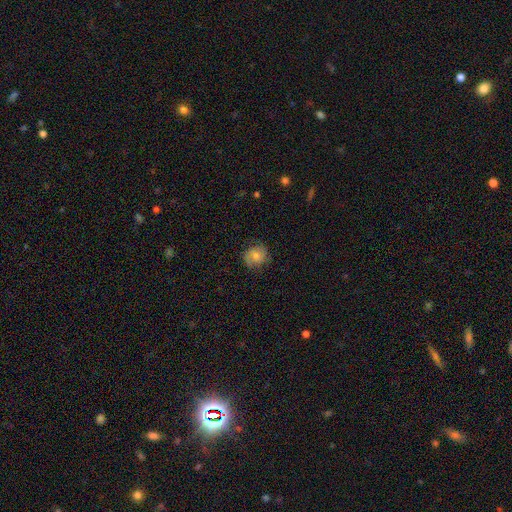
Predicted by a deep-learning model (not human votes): Smooth or featured? smooth (62%)
How rounded? round (79%)
Merging? none (75%)